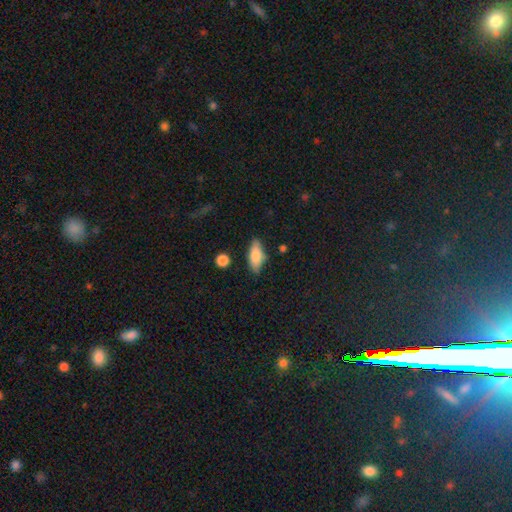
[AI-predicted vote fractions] The model was most divided on "how rounded": in between: 78%, cigar-shaped: 19%, round: 3%. More confident: smooth or featured — smooth (80%); merging — none (78%).